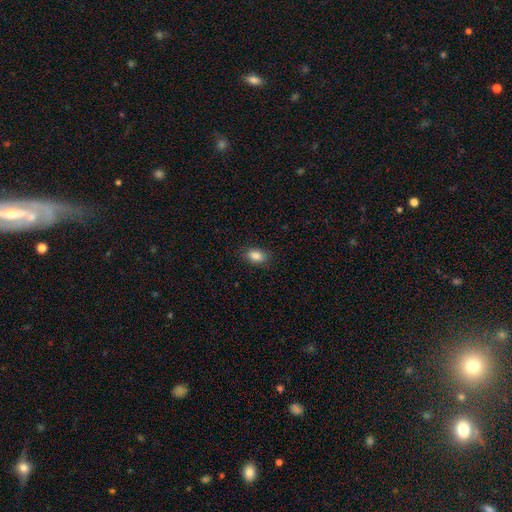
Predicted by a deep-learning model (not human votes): A smooth galaxy with no disk features (87%) that is in between round and cigar-shaped (88%). Merging: none (86%).